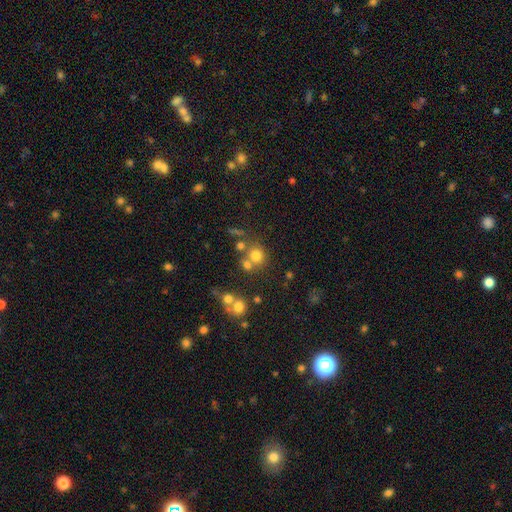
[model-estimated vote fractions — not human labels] Q: Smooth or featured?
A: smooth (71%); runner-up: star or artifact (17%)
Q: How rounded?
A: round (83%); runner-up: in between (16%)
Q: Merging?
A: none (55%); runner-up: merger (30%)